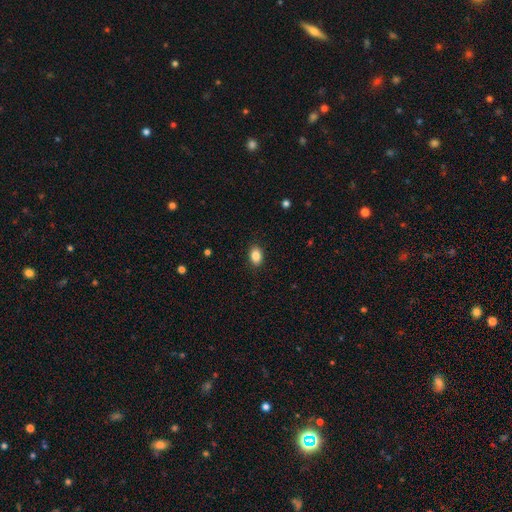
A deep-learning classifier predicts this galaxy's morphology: A smooth galaxy with no disk features (86%) that is in between round and cigar-shaped (79%). Merging: none (89%).